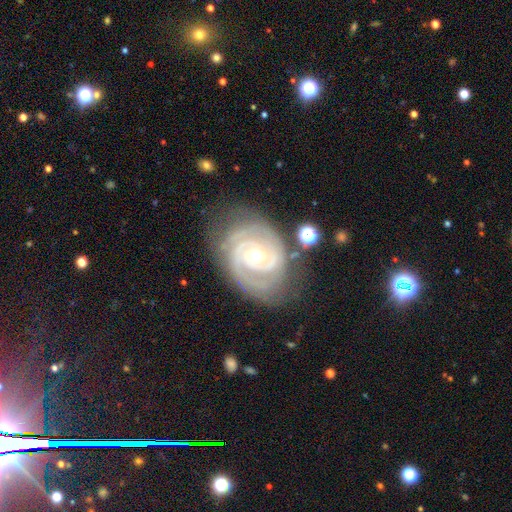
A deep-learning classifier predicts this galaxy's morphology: This is clearly a featured or disk galaxy (91%). It is clearly not viewed edge-on (97%). Bar: likely no (64%). Spiral arm pattern: clearly yes (98%). Spiral arm count: possibly 2 (46%). Spiral winding: likely tight (79%). Central bulge: likely moderate (64%). Merging: likely none (71%).